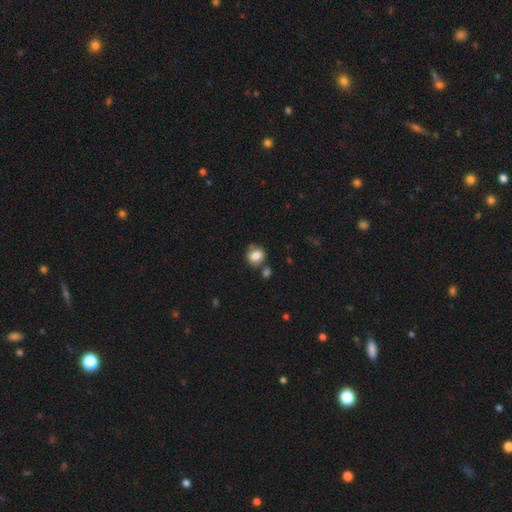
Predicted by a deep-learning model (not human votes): Morphology: type=smooth (84%); roundness=round (77%); merging=none (68%).